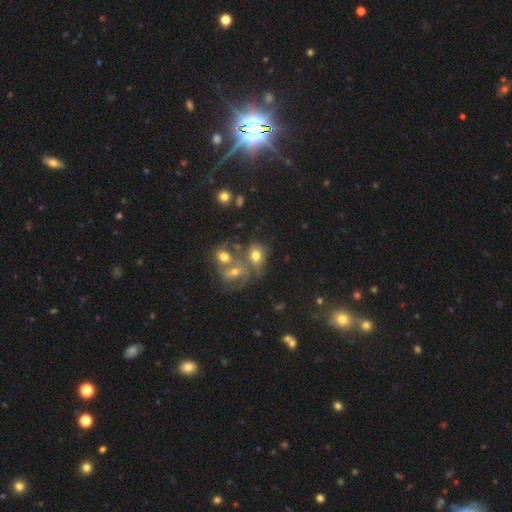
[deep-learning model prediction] Morphology: type=smooth (60%); roundness=in between (53%); merging=merger (48%).